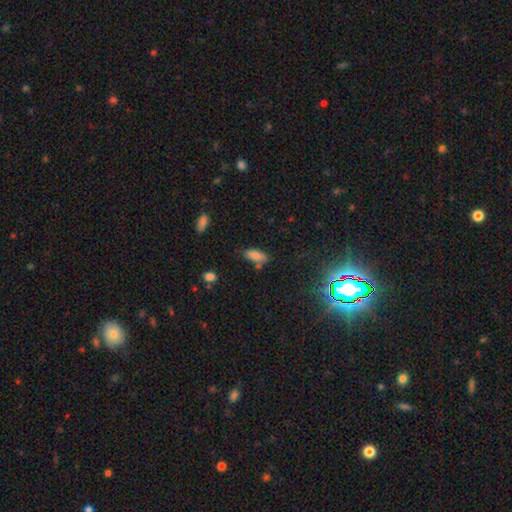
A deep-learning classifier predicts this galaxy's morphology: This is clearly a smooth galaxy (81%). How rounded: likely in between (80%). Merging: likely none (66%).